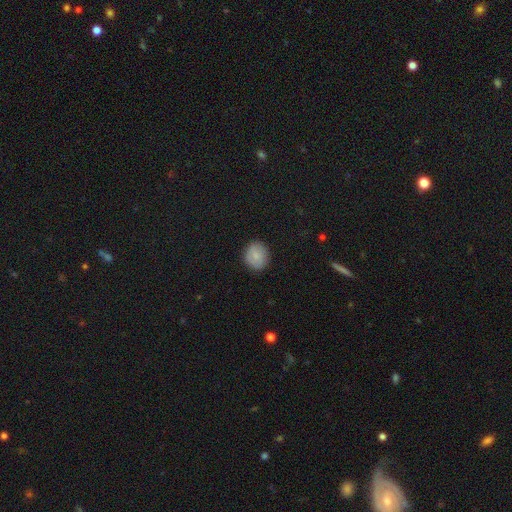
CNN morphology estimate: Overall: smooth (84%). How rounded: round (72%). Merging: none (87%).